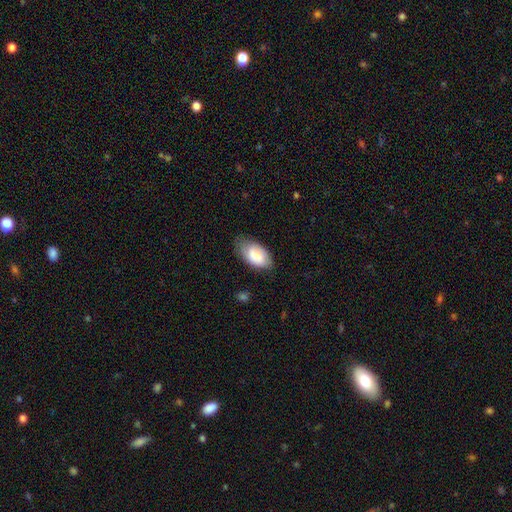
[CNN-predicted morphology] Q: Smooth or featured?
A: smooth (81%); runner-up: featured or disk (13%)
Q: How rounded?
A: in between (95%); runner-up: round (3%)
Q: Merging?
A: none (64%); runner-up: minor disturbance (28%)